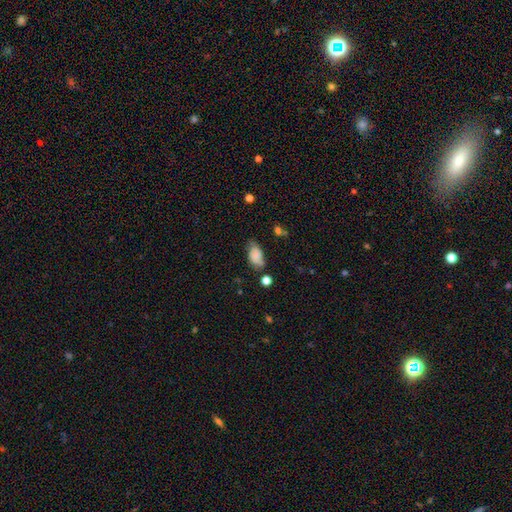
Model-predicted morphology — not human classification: smooth-or-featured: smooth: 74% | featured or disk: 16% | star or artifact: 9%
  how-rounded: in between: 91% | round: 6% | cigar-shaped: 3%
  merging: none: 58% | minor disturbance: 28% | major disturbance: 8% | merger: 6%